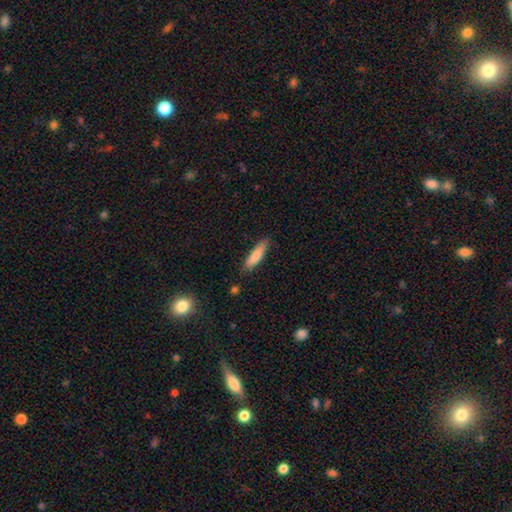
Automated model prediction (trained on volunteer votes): Q: Smooth or featured?
A: smooth (78%); runner-up: featured or disk (15%)
Q: How rounded?
A: cigar-shaped (72%); runner-up: in between (26%)
Q: Merging?
A: none (82%); runner-up: minor disturbance (14%)